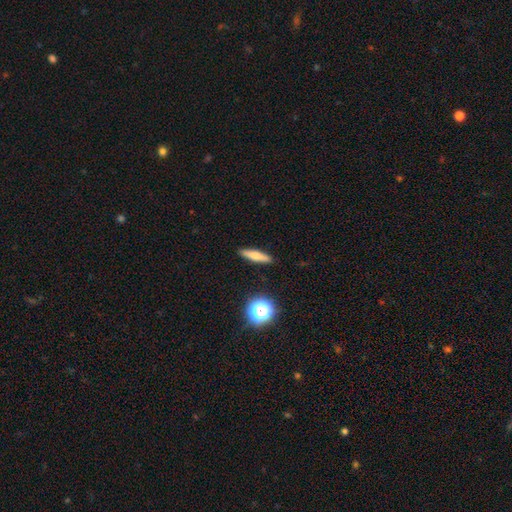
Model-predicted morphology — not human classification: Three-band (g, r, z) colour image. It shows a smooth galaxy with no disk features (58%) that is cigar-shaped (77%). Merging: none (90%).